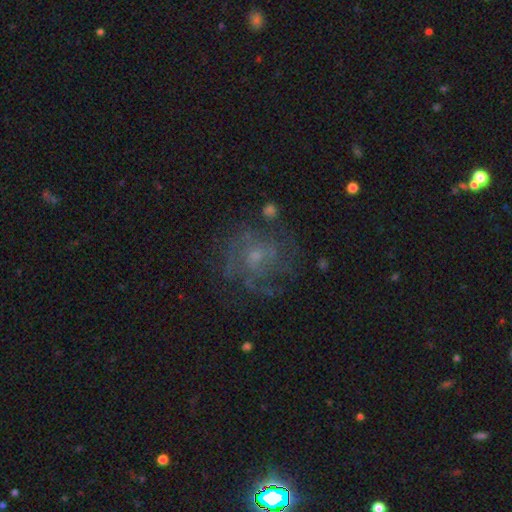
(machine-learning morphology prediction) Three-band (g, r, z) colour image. It shows a featured or disk galaxy (66%) with no bar (70%), tight (44%) spiral arms (78%) and a small central bulge (65%). Merging: none (66%).